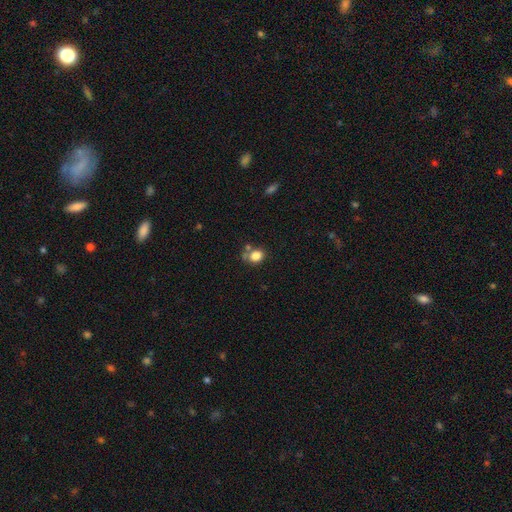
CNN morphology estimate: smooth 82%, star or artifact 10%, featured or disk 8%. Down the decision tree: how rounded — round (50%); merging — none (55%).